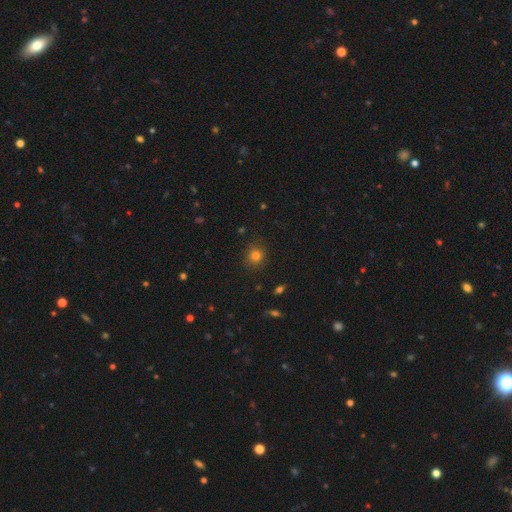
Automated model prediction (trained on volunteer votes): Smooth or featured? Predicted: smooth (p=0.79). How rounded? Predicted: round (p=0.89). Merging? Predicted: none (p=0.88).